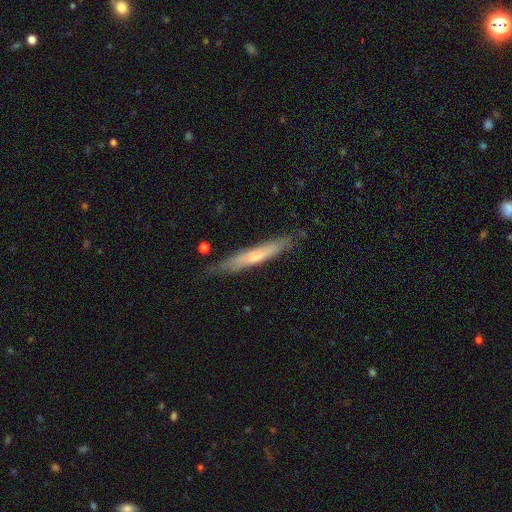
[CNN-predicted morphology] Q: Smooth or featured?
A: smooth (56%); runner-up: featured or disk (38%)
Q: How rounded?
A: cigar-shaped (94%); runner-up: in between (5%)
Q: Merging?
A: none (78%); runner-up: minor disturbance (17%)